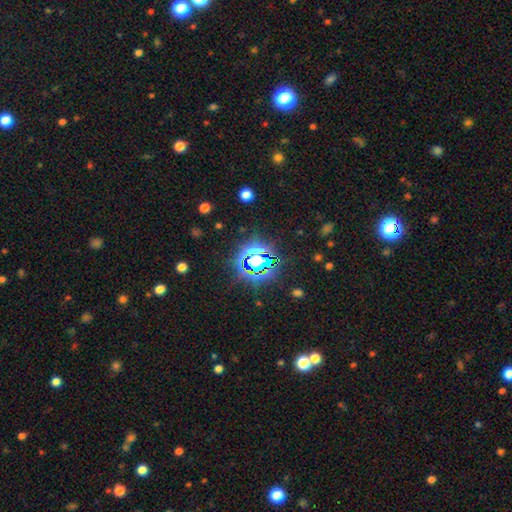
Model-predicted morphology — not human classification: smooth-or-featured: star or artifact: 75% | smooth: 16% | featured or disk: 9%